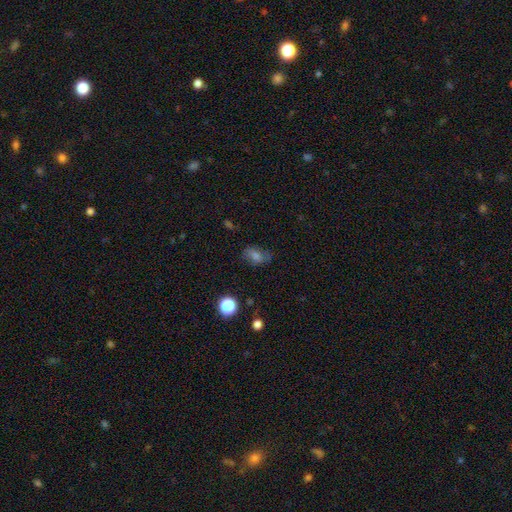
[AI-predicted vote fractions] Smooth or featured? Predicted: smooth (p=0.56). How rounded? Predicted: in between (p=0.74). Merging? Predicted: none (p=0.69).